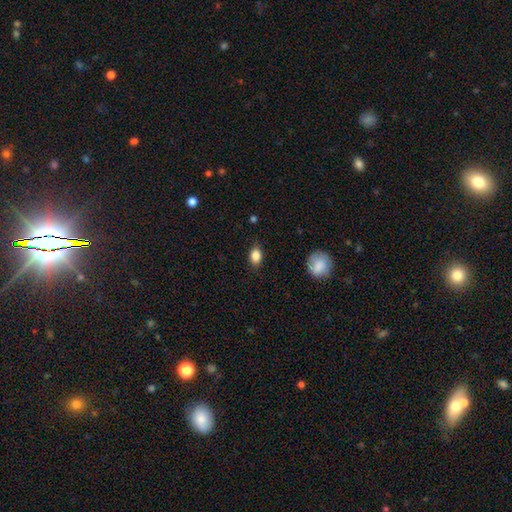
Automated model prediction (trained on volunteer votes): Q: Smooth or featured?
A: smooth (86%); runner-up: star or artifact (9%)
Q: How rounded?
A: in between (77%); runner-up: round (21%)
Q: Merging?
A: none (82%); runner-up: minor disturbance (14%)